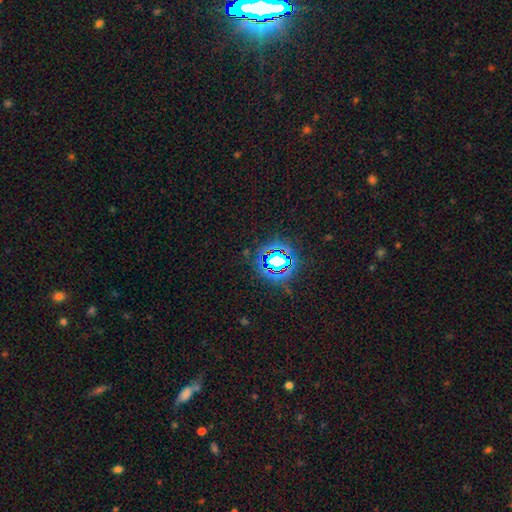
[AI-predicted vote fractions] smooth_or_featured: star or artifact (p=0.80) [alt: smooth p=0.13]